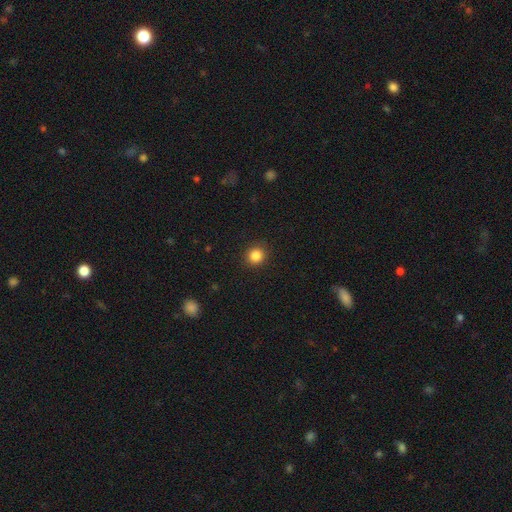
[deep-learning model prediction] Smooth or featured? smooth (85%)
How rounded? round (90%)
Merging? none (91%)